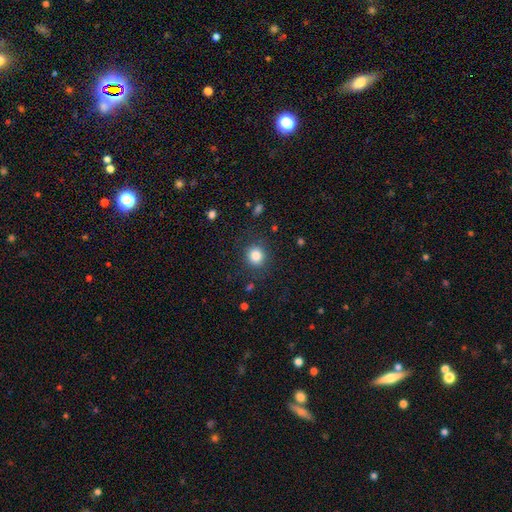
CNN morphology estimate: A smooth galaxy with no disk features (84%) that is round (88%). Merging: none (85%).